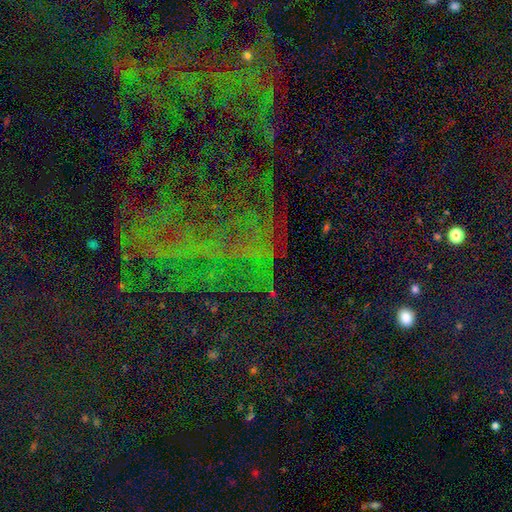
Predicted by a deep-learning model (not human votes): A star or artifact, not a galaxy (75%).

Vote fractions:
- Smooth or featured? star or artifact: 75% / featured or disk: 14% / smooth: 11%